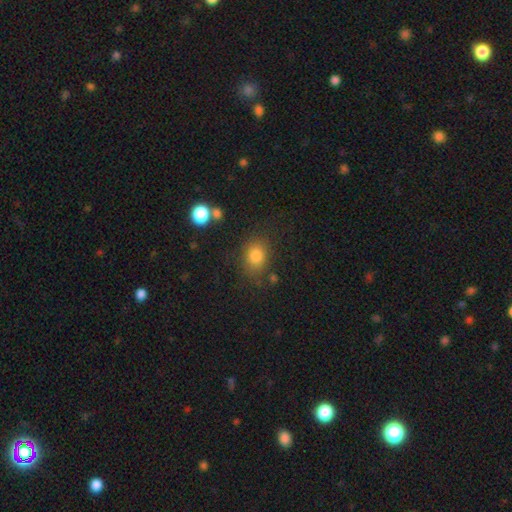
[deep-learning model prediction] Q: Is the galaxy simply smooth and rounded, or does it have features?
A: smooth — 82%.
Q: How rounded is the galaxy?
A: in between — 51%.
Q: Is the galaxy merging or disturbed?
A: none — 77%.